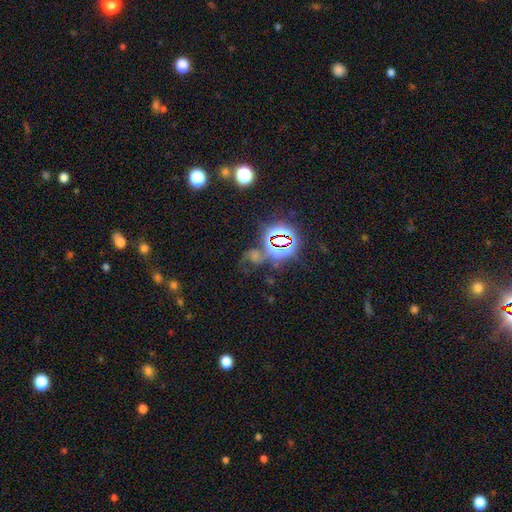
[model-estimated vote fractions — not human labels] A star or artifact, not a galaxy (68%).